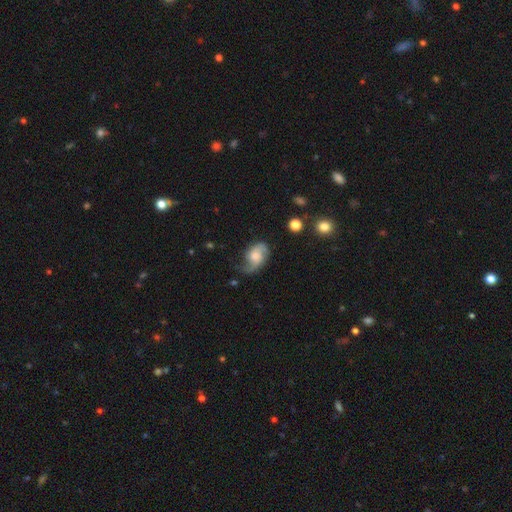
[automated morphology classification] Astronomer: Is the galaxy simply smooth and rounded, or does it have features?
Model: featured or disk — 70%.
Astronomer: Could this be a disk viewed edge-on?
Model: no — 97%.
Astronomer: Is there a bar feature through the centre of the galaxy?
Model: no — 63%.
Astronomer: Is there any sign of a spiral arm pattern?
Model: yes — 93%.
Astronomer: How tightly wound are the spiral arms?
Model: loose — 47% (runner-up: medium, 39%).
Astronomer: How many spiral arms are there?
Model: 2 — 76%.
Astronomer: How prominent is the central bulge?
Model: moderate — 37% (runner-up: small, 22%).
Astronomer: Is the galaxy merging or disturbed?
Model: none — 53%.